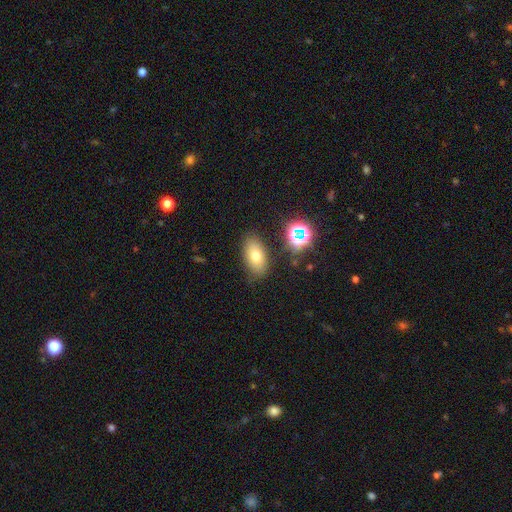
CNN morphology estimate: Overall: smooth (71%). How rounded: in between (89%). Merging: none (81%).